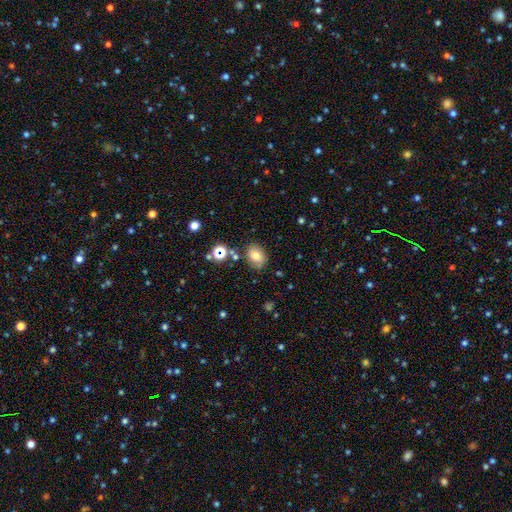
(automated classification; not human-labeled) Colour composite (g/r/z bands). It shows a smooth galaxy with no disk features (72%) that is in between round and cigar-shaped (60%). Merging: none (77%).